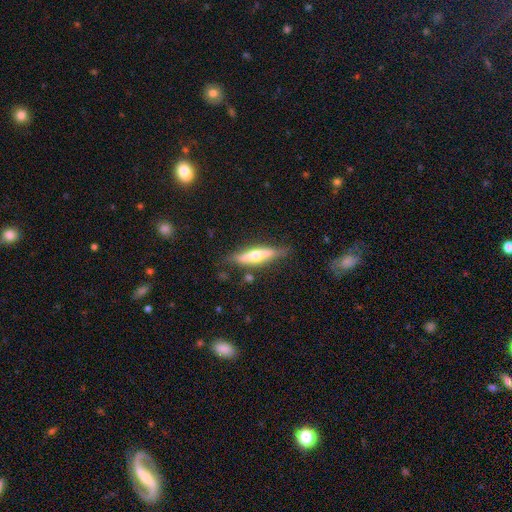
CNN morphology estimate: smooth_or_featured: featured or disk (p=0.55) [alt: smooth p=0.38]
disk_edge_on: yes (p=0.90) [alt: no p=0.10]
edge_on_bulge: rounded (p=0.89) [alt: none p=0.06]
merging: none (p=0.78) [alt: minor disturbance p=0.15]